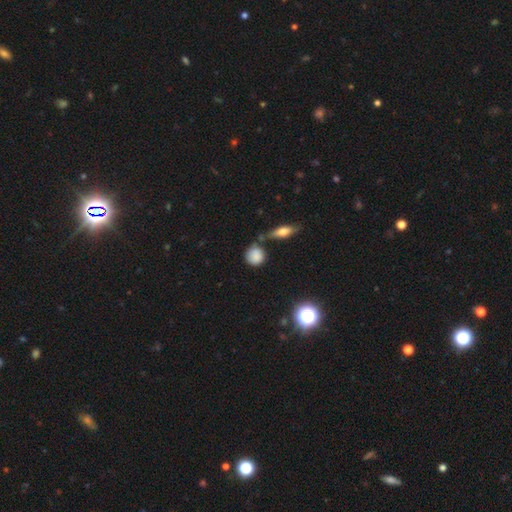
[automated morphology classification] Smooth or featured? smooth (81%)
How rounded? round (86%)
Merging? none (65%)